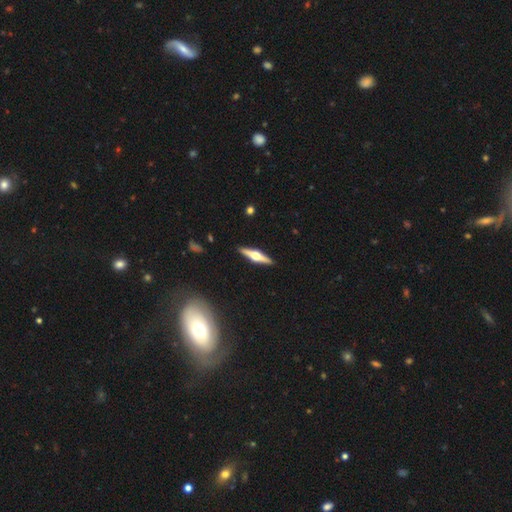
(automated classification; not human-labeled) smooth-or-featured: featured or disk: 76% | smooth: 19% | star or artifact: 5%
  disk-edge-on: yes: 98% | no: 2%
    edge-on-bulge: rounded: 95% | boxy: 4% | none: 2%
  merging: none: 91% | minor disturbance: 6% | major disturbance: 1% | merger: 1%